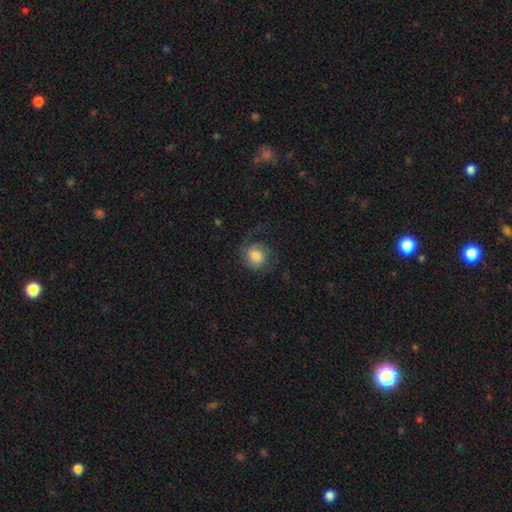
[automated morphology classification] Overall: smooth (66%; featured or disk 26%). How rounded: round (81%). Merging: none (58%; major disturbance 21%).